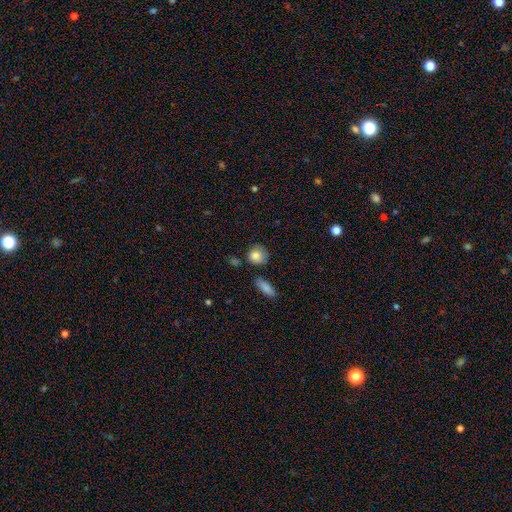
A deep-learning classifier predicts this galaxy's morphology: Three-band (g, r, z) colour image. It shows a smooth galaxy with no disk features (83%) that is round (79%). Merging: none (68%).